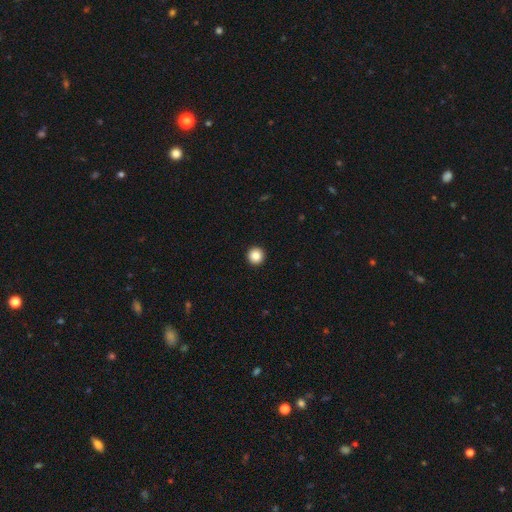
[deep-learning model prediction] Smooth or featured: smooth — 86% (star or artifact — 9%)
How rounded: round — 96% (in between — 3%)
Merging: none — 94% (minor disturbance — 3%)